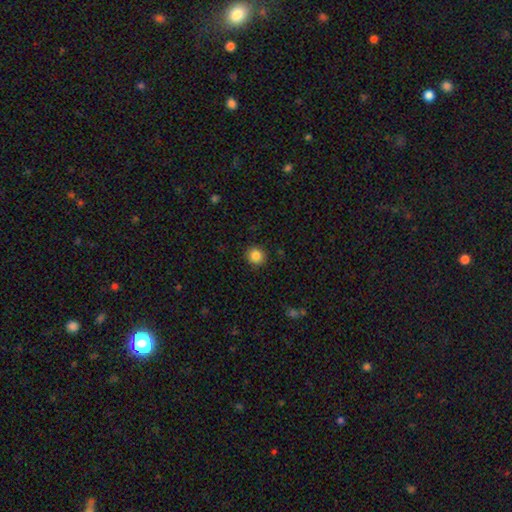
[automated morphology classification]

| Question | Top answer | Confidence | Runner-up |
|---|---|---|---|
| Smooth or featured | smooth | 85% | star or artifact (10%) |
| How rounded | round | 93% | in between (6%) |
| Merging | none | 91% | minor disturbance (6%) |